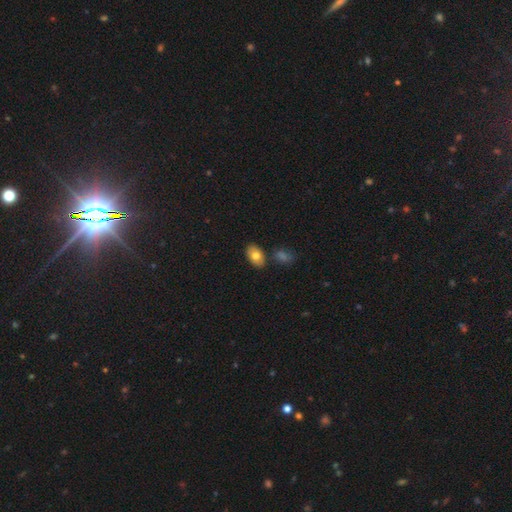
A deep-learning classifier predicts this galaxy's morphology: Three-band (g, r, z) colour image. It shows a smooth galaxy with no disk features (77%) that is in between round and cigar-shaped (90%). Merging: none (80%).